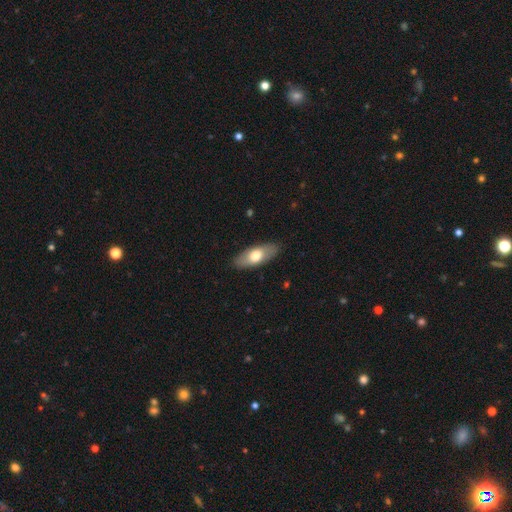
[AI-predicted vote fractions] Smooth or featured? smooth (66%)
How rounded? in between (79%)
Merging? none (88%)